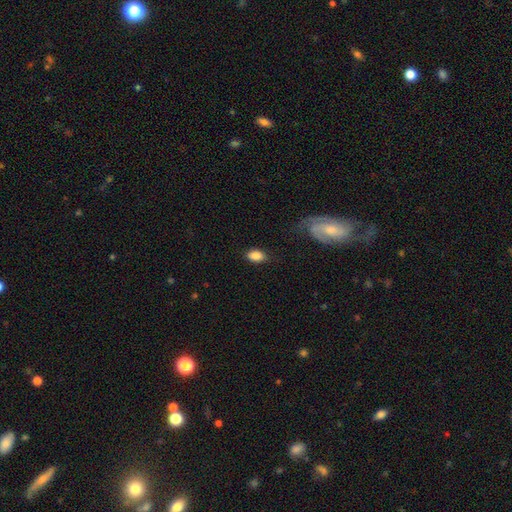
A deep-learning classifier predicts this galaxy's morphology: Smooth or featured? smooth (85%)
How rounded? in between (87%)
Merging? none (79%)